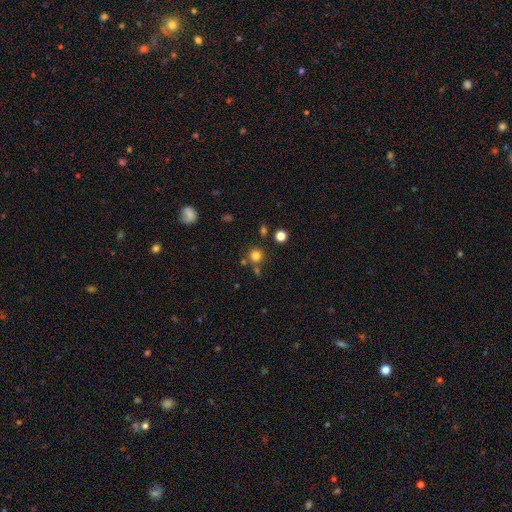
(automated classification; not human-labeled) Smooth or featured?
  - smooth: 78% *
  - star or artifact: 15%
  - featured or disk: 6%
How rounded?
  - round: 93% *
  - in between: 6%
  - cigar-shaped: 1%
Merging?
  - none: 76% *
  - merger: 12%
  - minor disturbance: 9%
  - major disturbance: 3%